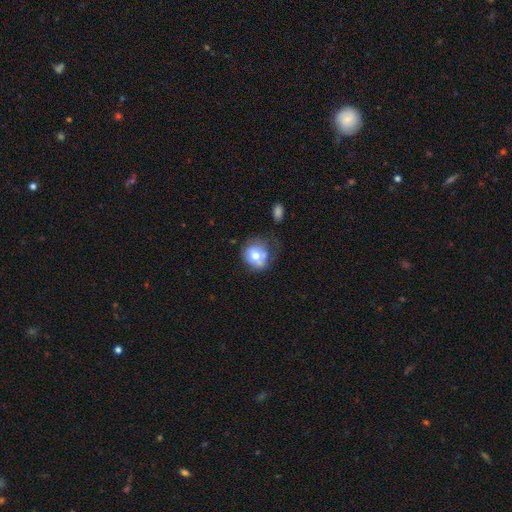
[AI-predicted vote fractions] This is likely a smooth galaxy (64%). How rounded: likely round (74%). Merging: marginally none (41%).